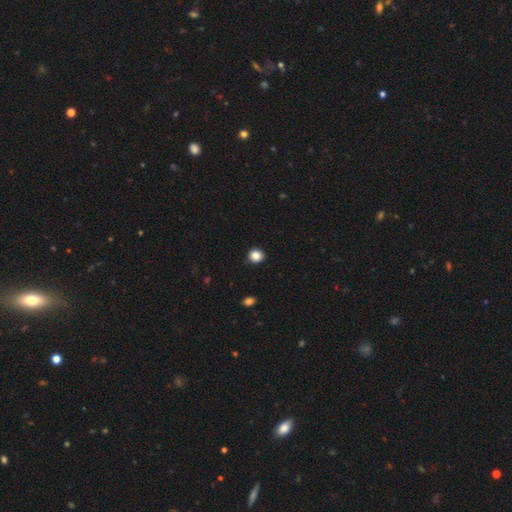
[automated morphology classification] Smooth or featured?
  - smooth: 86% *
  - star or artifact: 11%
  - featured or disk: 3%
How rounded?
  - round: 84% *
  - in between: 15%
  - cigar-shaped: 1%
Merging?
  - none: 90% *
  - minor disturbance: 7%
  - major disturbance: 2%
  - merger: 1%